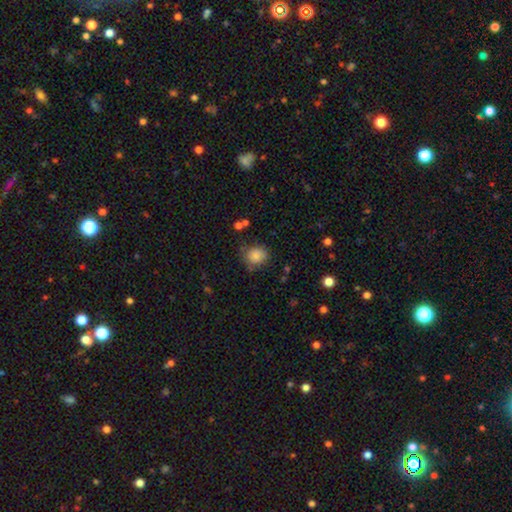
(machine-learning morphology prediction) type=smooth (84%); roundness=round (74%); merging=none (69%).